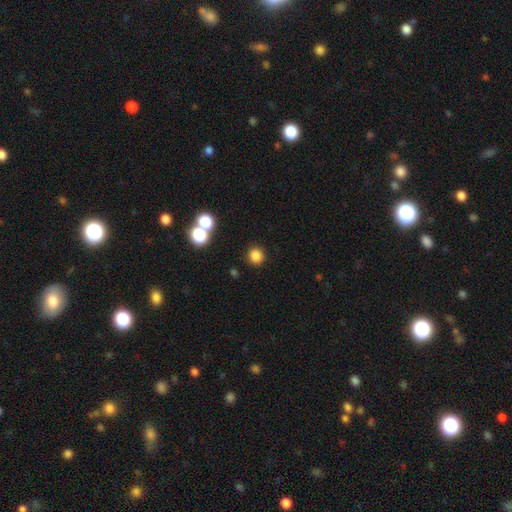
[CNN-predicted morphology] Smooth or featured: smooth — 83% (star or artifact — 13%)
How rounded: round — 90% (in between — 9%)
Merging: none — 87% (minor disturbance — 6%)